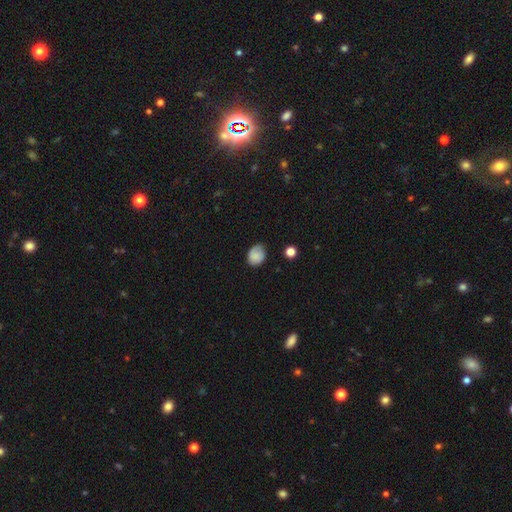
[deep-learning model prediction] Smooth or featured: smooth — 79% (featured or disk — 12%)
How rounded: round — 58% (in between — 41%)
Merging: none — 62% (minor disturbance — 29%)